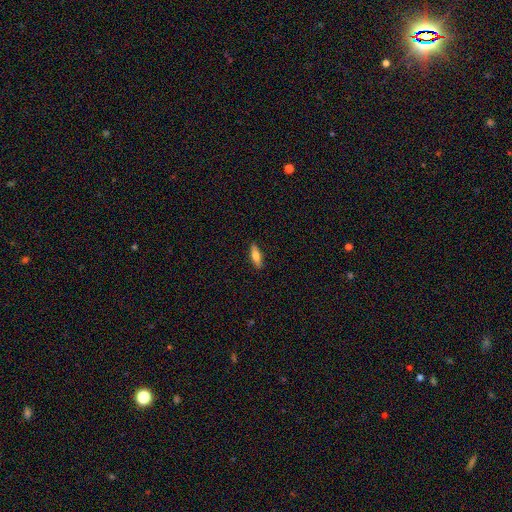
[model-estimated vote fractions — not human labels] Smooth or featured? smooth (64%)
How rounded? cigar-shaped (55%)
Merging? none (88%)